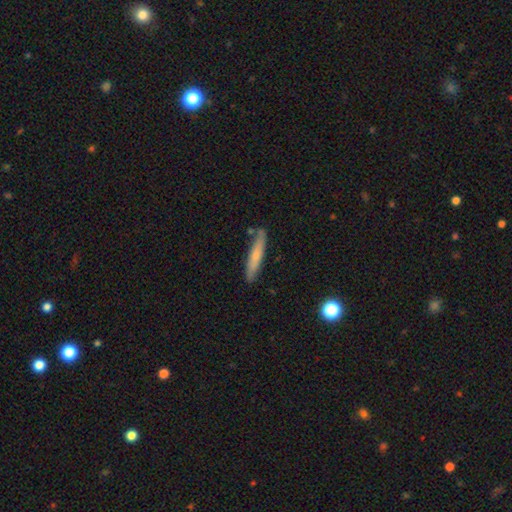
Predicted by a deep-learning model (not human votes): This is likely a smooth galaxy (64%). How rounded: clearly cigar-shaped (91%). Merging: likely none (79%).